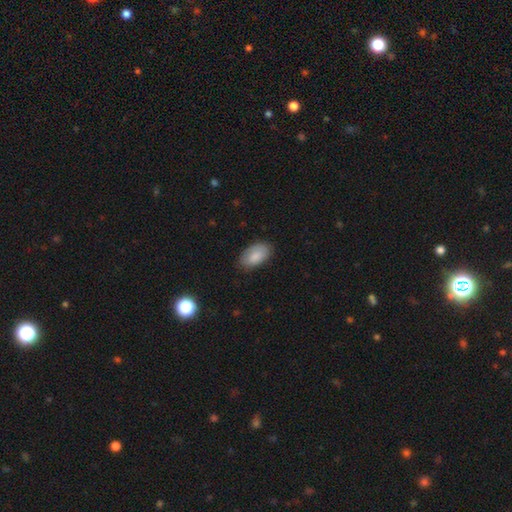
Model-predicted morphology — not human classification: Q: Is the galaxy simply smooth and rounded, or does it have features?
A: smooth — 83%.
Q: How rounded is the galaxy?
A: in between — 94%.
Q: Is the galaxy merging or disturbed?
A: none — 78%.